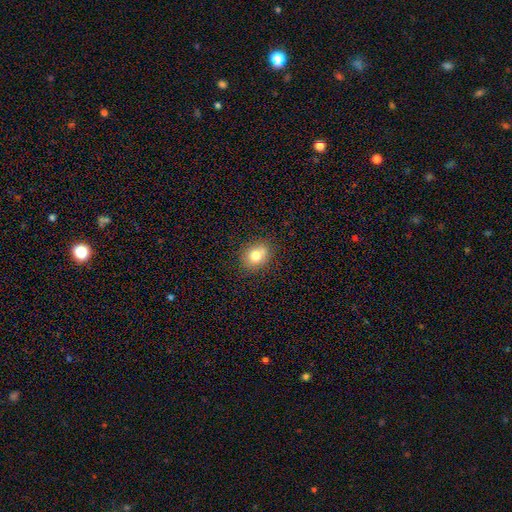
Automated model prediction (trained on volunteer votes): Overall: smooth (77%). How rounded: round (55%; in between 44%). Merging: none (76%).